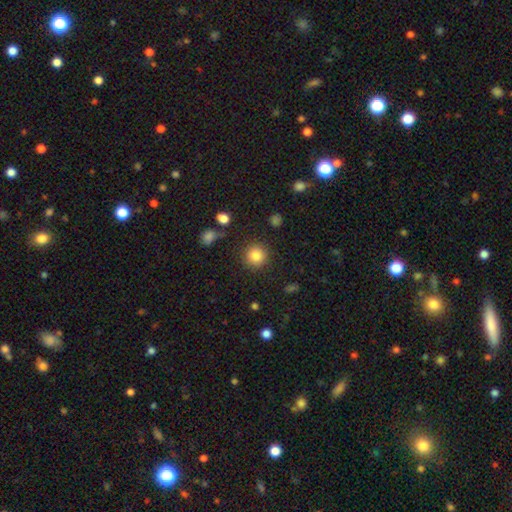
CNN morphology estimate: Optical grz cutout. It shows a smooth galaxy with no disk features (84%) that is round (93%). Merging: none (88%).